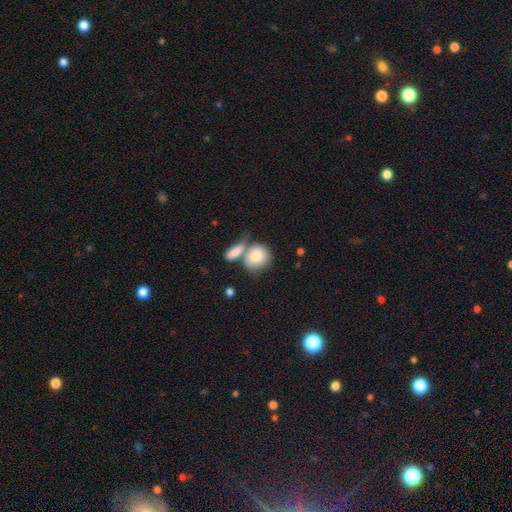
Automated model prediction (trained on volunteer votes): Smooth or featured?
  - smooth: 81% *
  - featured or disk: 13%
  - star or artifact: 6%
How rounded?
  - round: 63% *
  - in between: 35%
  - cigar-shaped: 2%
Merging?
  - merger: 49% *
  - none: 32%
  - minor disturbance: 12%
  - major disturbance: 7%